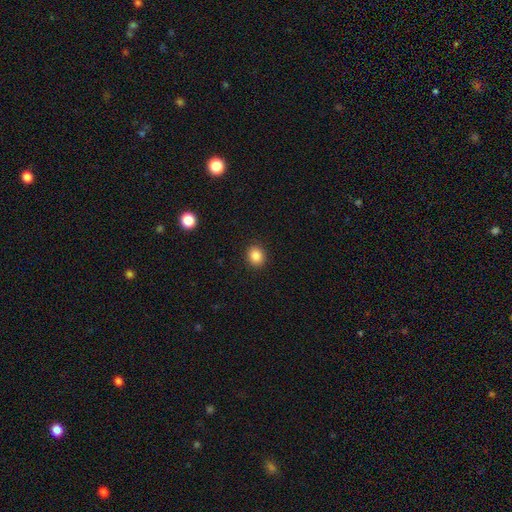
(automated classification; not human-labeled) smooth-or-featured: smooth: 87% | star or artifact: 10% | featured or disk: 4%
  how-rounded: round: 65% | in between: 34% | cigar-shaped: 1%
  merging: none: 91% | minor disturbance: 6% | major disturbance: 2% | merger: 1%